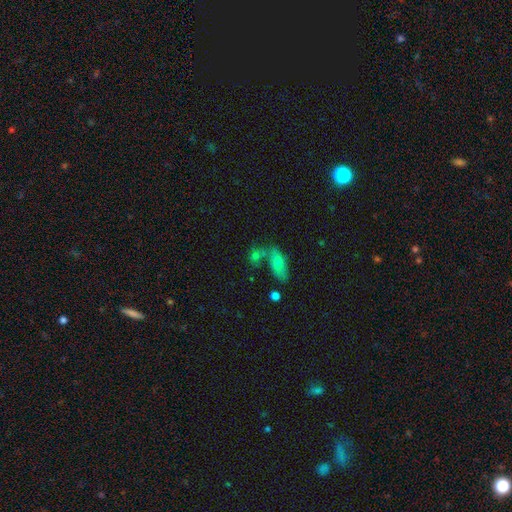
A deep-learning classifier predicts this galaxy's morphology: Smooth or featured: smooth — 70% (featured or disk — 16%)
How rounded: in between — 62% (round — 28%)
Merging: none — 44% (merger — 39%)